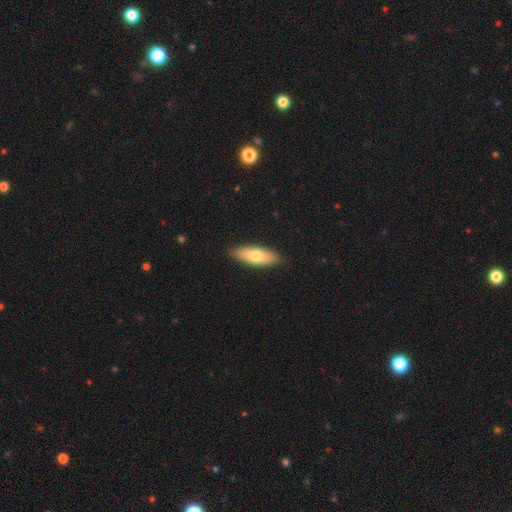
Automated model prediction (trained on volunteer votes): smooth 69%, featured or disk 26%, star or artifact 6%. Down the decision tree: how rounded — in between (65%); merging — none (87%).